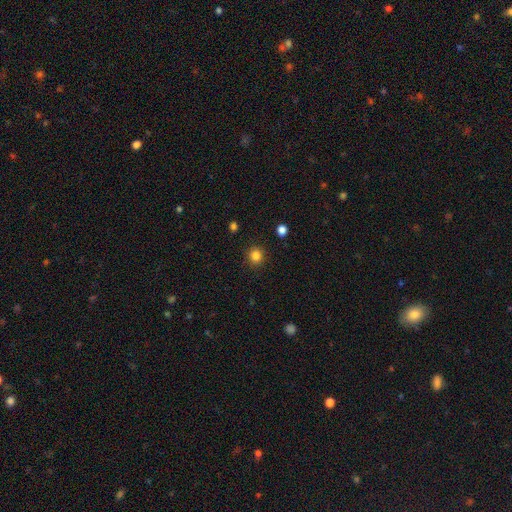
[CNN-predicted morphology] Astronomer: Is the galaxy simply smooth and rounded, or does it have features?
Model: smooth — 84%.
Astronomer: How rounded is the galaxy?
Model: round — 90%.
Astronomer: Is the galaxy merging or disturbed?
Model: none — 90%.